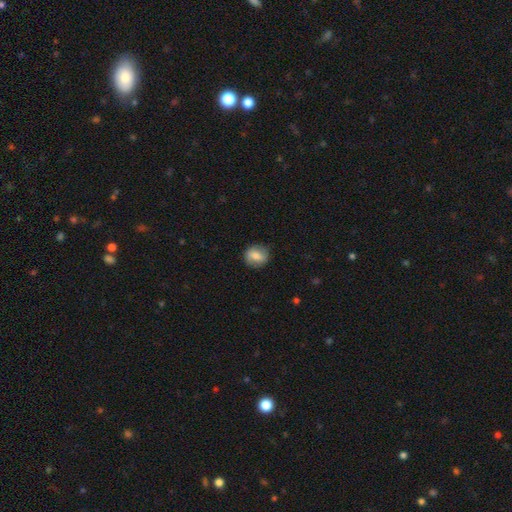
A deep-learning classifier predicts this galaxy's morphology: Overall: smooth (72%). How rounded: round (67%; in between 31%). Merging: none (84%).